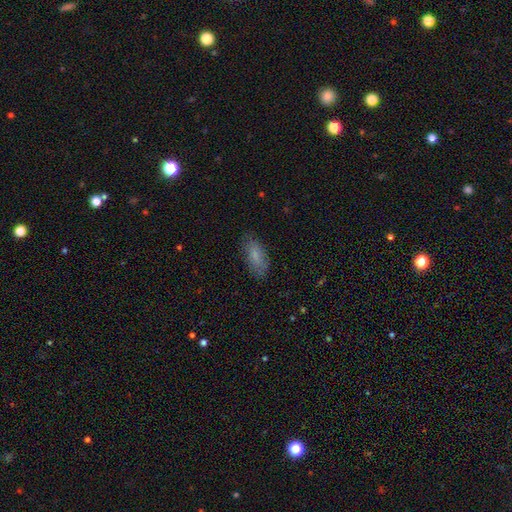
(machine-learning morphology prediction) smooth_or_featured: smooth (p=0.79) [alt: featured or disk p=0.14]
how_rounded: in between (p=0.82) [alt: cigar-shaped p=0.16]
merging: none (p=0.80) [alt: minor disturbance p=0.15]